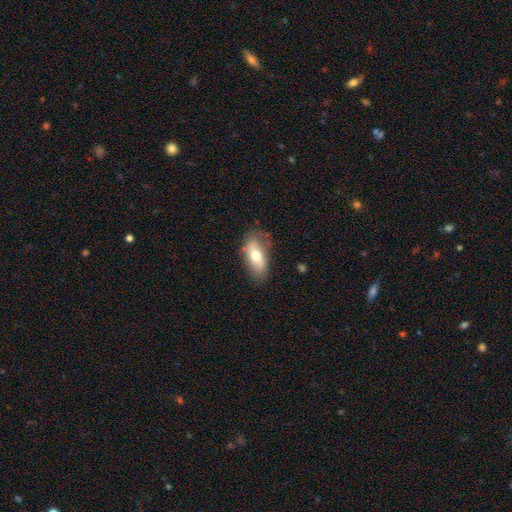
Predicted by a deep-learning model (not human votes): The model was most divided on "smooth or featured": smooth: 63%, featured or disk: 31%, star or artifact: 7%. More confident: how rounded — in between (86%); merging — none (72%).